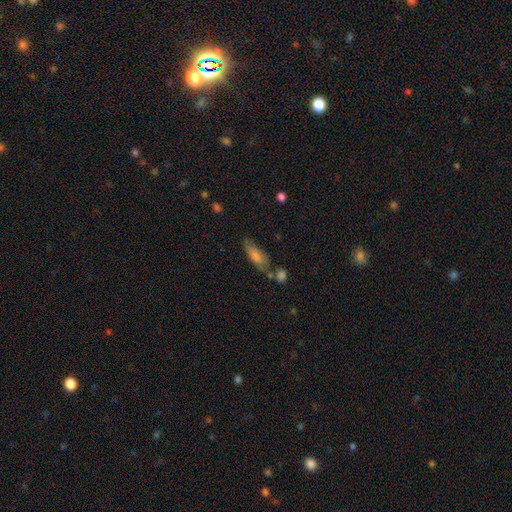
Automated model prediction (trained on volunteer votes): This is likely a smooth galaxy (63%). How rounded: possibly in between (57%). Merging: likely none (63%).